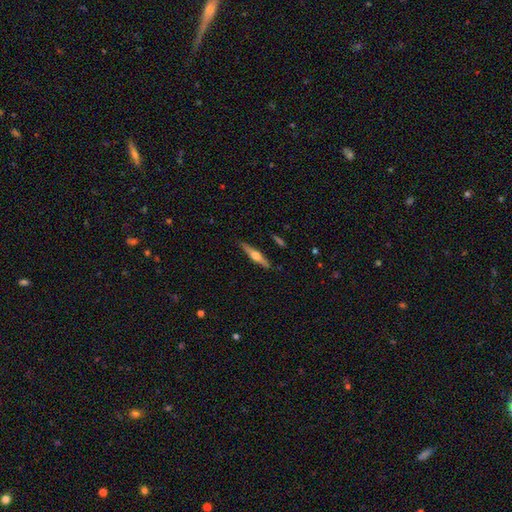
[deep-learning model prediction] A featured or disk galaxy (69%) viewed edge-on (98%) with a rounded central bulge (93%). Merging: none (89%).